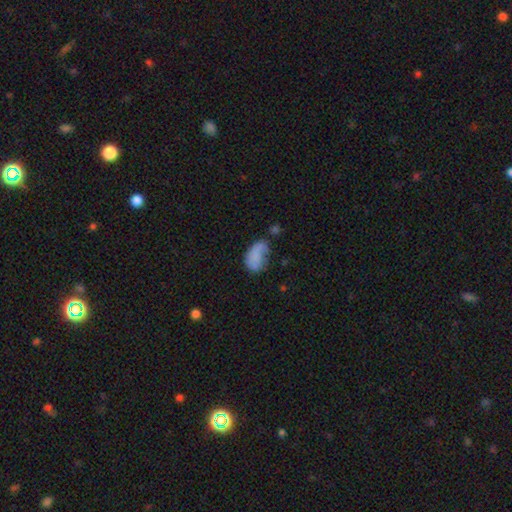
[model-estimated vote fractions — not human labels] Smooth or featured? smooth (71%)
How rounded? in between (90%)
Merging? none (33%)